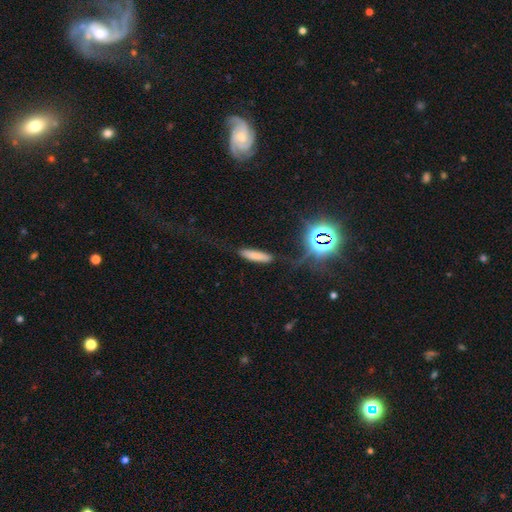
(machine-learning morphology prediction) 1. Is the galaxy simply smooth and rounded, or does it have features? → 74% smooth, 15% star or artifact, 12% featured or disk.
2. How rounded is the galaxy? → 77% cigar-shaped, 21% in between, 2% round.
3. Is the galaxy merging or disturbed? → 81% none, 12% minor disturbance, 4% major disturbance, 2% merger.